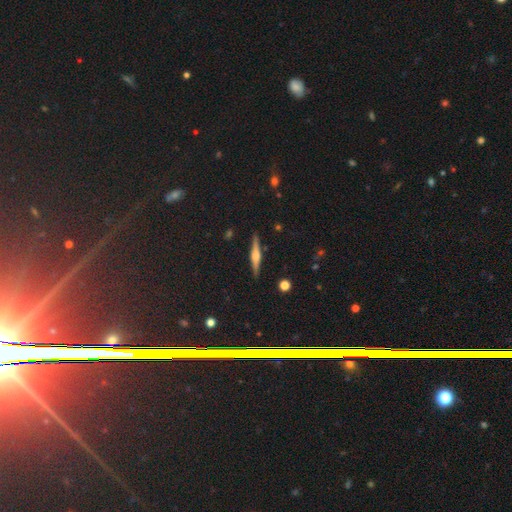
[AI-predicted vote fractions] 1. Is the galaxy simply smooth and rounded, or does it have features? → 72% featured or disk, 20% smooth, 8% star or artifact.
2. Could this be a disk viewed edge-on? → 98% yes, 2% no.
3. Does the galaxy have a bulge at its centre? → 77% rounded, 17% boxy, 6% none.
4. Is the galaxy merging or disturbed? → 90% none, 7% minor disturbance, 2% major disturbance, 1% merger.